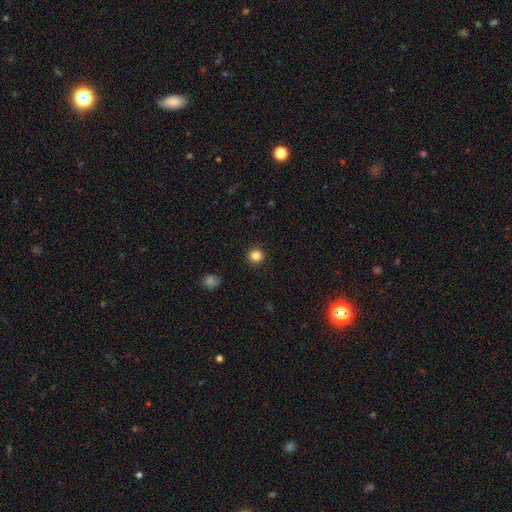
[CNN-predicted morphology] A smooth galaxy with no disk features (84%) that is round (93%). Merging: none (92%).